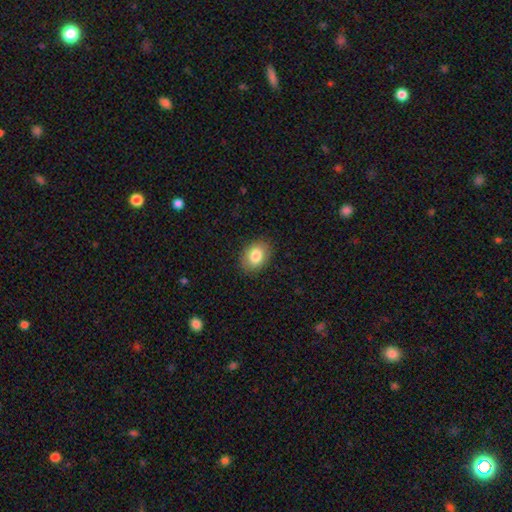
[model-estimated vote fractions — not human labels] smooth_or_featured: smooth (p=0.83) [alt: featured or disk p=0.09]
how_rounded: in between (p=0.74) [alt: round p=0.25]
merging: none (p=0.87) [alt: minor disturbance p=0.10]